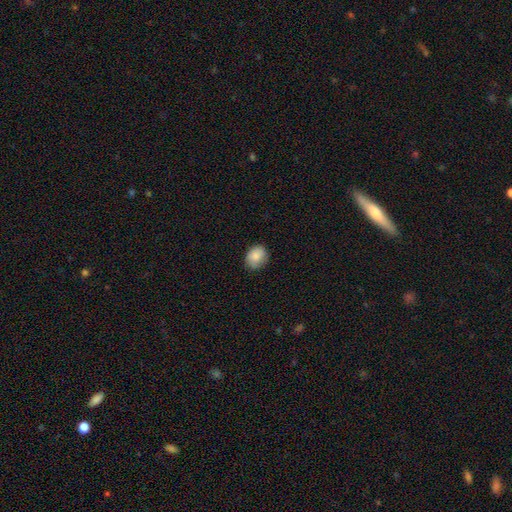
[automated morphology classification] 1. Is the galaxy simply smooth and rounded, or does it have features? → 85% smooth, 8% featured or disk, 7% star or artifact.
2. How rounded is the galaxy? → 50% round, 49% in between, 1% cigar-shaped.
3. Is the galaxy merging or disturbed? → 77% none, 19% minor disturbance, 3% major disturbance, 1% merger.